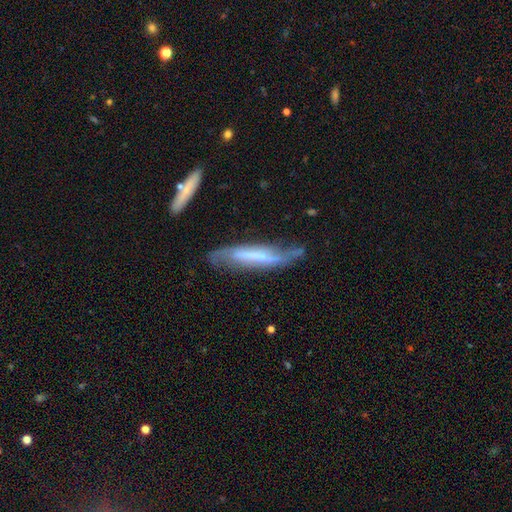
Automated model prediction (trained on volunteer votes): smooth_or_featured: featured or disk (p=0.65) [alt: smooth p=0.28]
disk_edge_on: no (p=0.51) [alt: yes p=0.49]
merging: none (p=0.55) [alt: minor disturbance p=0.29]